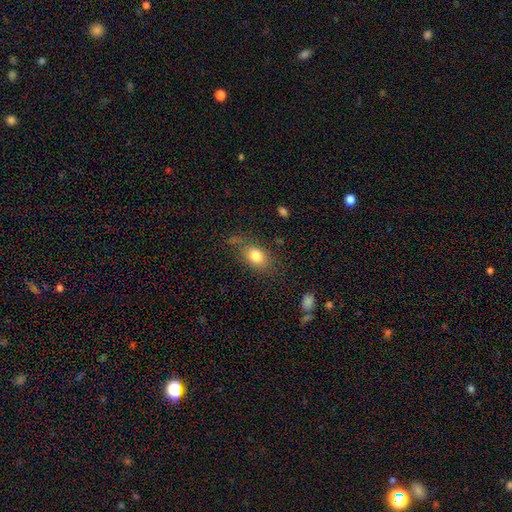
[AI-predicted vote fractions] Q: Smooth or featured?
A: smooth (80%); runner-up: featured or disk (11%)
Q: How rounded?
A: in between (77%); runner-up: round (20%)
Q: Merging?
A: none (67%); runner-up: minor disturbance (20%)